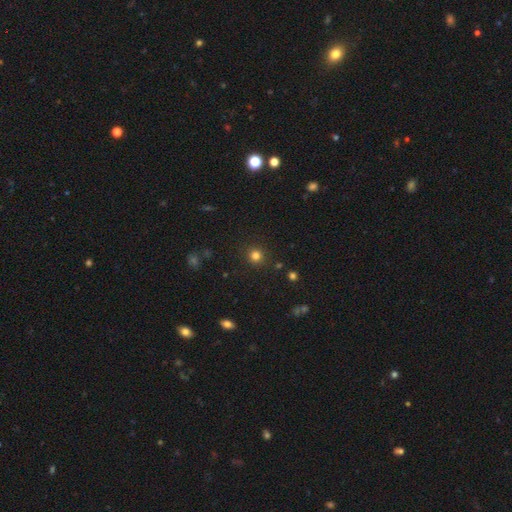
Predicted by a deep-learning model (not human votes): Q: Smooth or featured?
A: smooth (80%); runner-up: star or artifact (15%)
Q: How rounded?
A: round (93%); runner-up: in between (6%)
Q: Merging?
A: none (90%); runner-up: minor disturbance (6%)